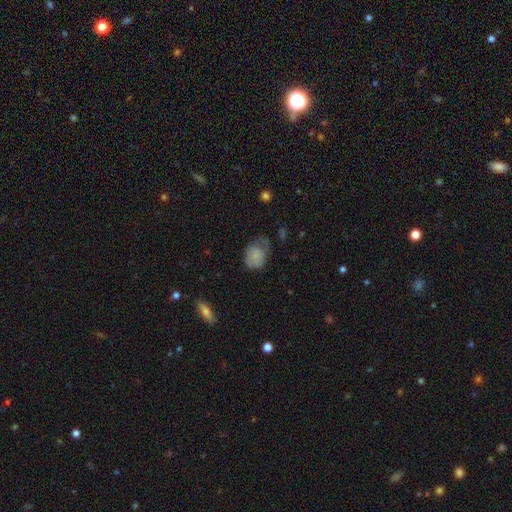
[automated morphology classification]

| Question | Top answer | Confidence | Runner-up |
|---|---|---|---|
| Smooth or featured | smooth | 70% | featured or disk (20%) |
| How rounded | in between | 65% | round (34%) |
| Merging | none | 38% | minor disturbance (36%) |